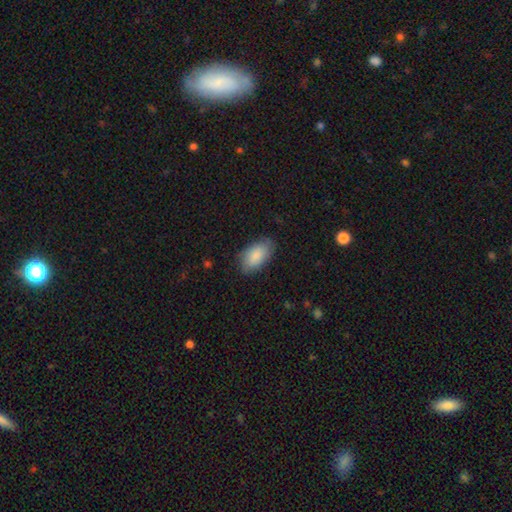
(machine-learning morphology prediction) smooth 86%, featured or disk 8%, star or artifact 6%. Down the decision tree: how rounded — in between (94%); merging — none (80%).